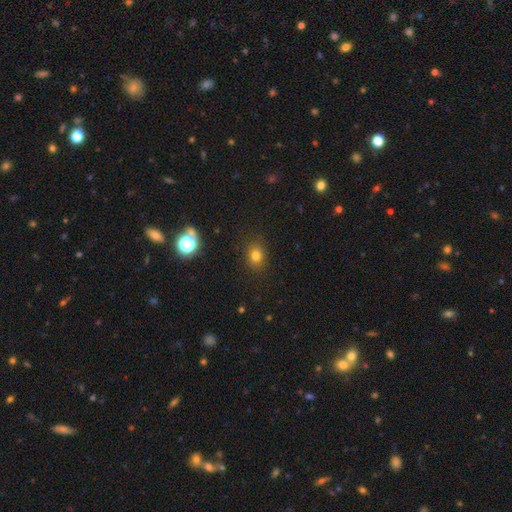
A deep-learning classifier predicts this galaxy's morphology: smooth 77%, star or artifact 16%, featured or disk 7%. Down the decision tree: how rounded — round (55%); merging — none (85%).